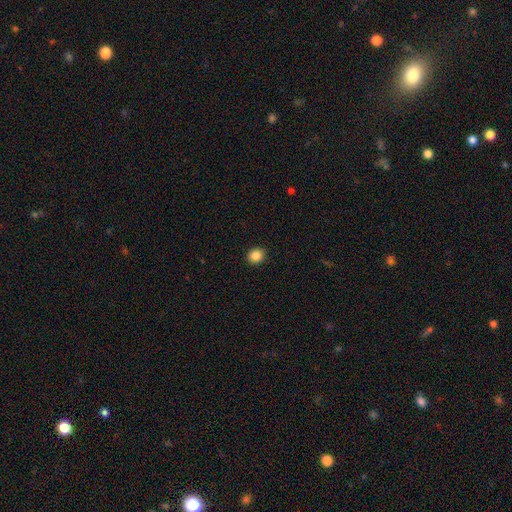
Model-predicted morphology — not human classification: Smooth or featured: smooth — 86% (star or artifact — 10%)
How rounded: round — 80% (in between — 19%)
Merging: none — 92% (minor disturbance — 5%)